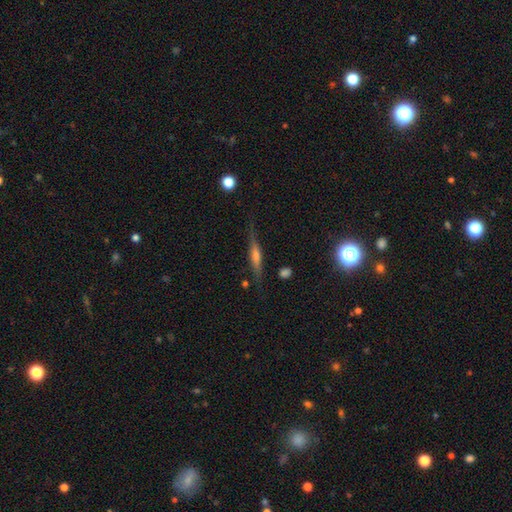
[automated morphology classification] Overall: featured or disk (66%). Edge-on disk: yes (95%). Edge-on bulge: rounded (70%). Merging: none (83%).